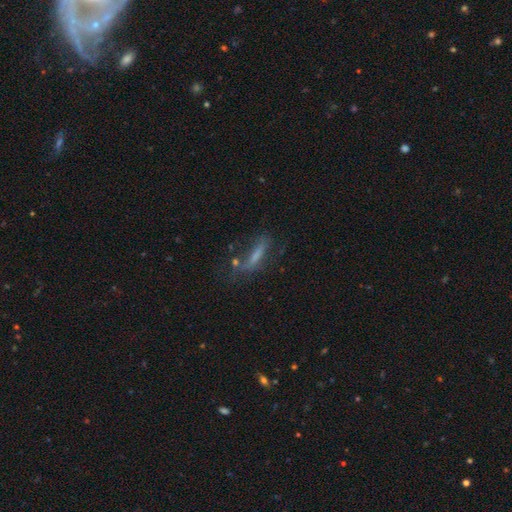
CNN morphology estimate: smooth-or-featured: smooth: 44% | featured or disk: 41% | star or artifact: 15%
  merging: none: 49% | minor disturbance: 23% | major disturbance: 21% | merger: 7%